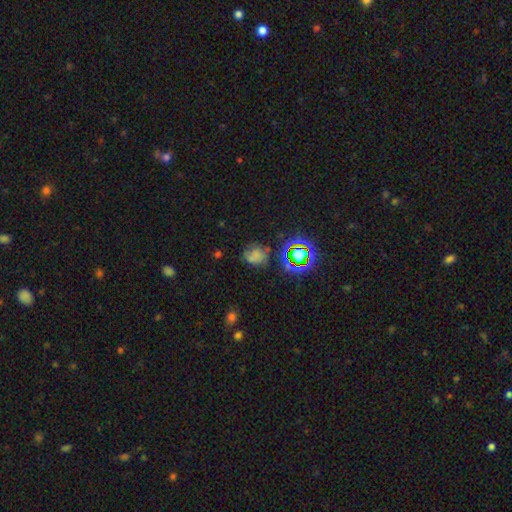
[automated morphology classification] Smooth or featured? smooth (53%)
How rounded? round (61%)
Merging? none (56%)